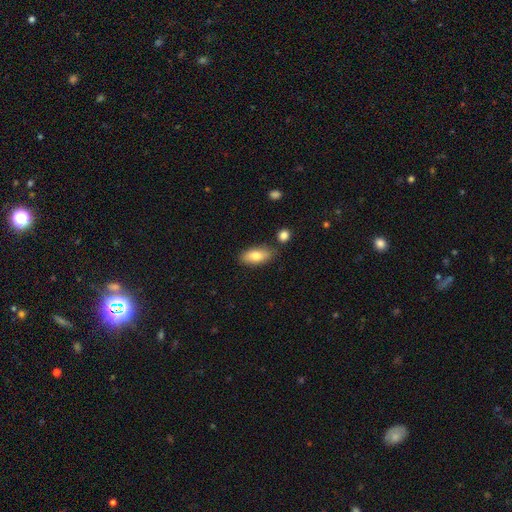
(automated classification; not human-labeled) Smooth or featured? Predicted: smooth (p=0.80). How rounded? Predicted: in between (p=0.88). Merging? Predicted: none (p=0.79).